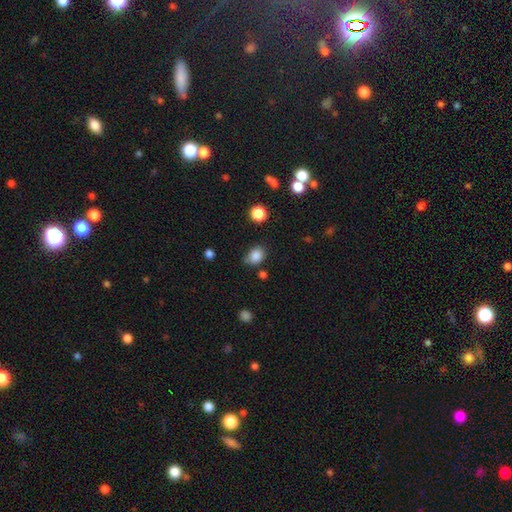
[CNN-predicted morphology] Smooth or featured: smooth — 85% (star or artifact — 10%)
How rounded: in between — 56% (round — 43%)
Merging: none — 67% (minor disturbance — 23%)